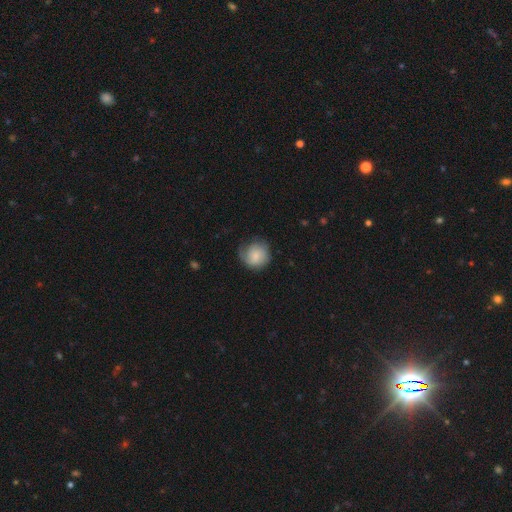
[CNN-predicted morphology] Smooth or featured? smooth (73%)
How rounded? round (87%)
Merging? none (57%)